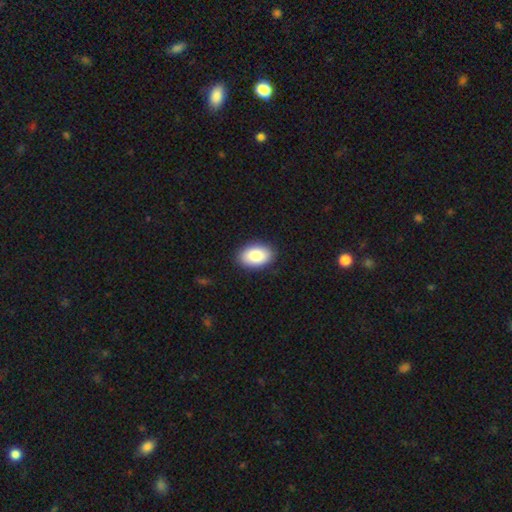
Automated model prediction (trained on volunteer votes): This appears to be a smooth galaxy with no disk features (85%) that is in between round and cigar-shaped (89%). Merging: none (89%).